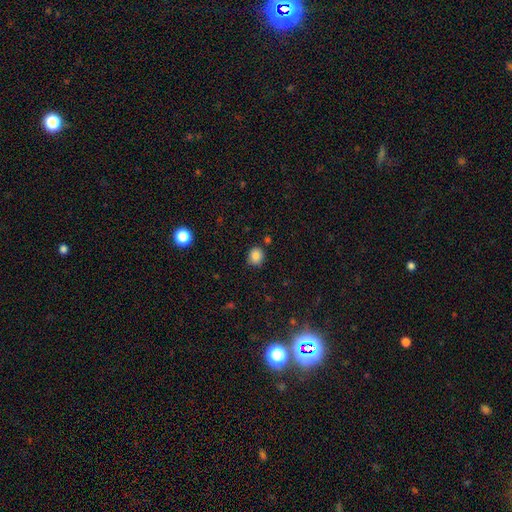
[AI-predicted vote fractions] Smooth or featured? Predicted: smooth (p=0.84). How rounded? Predicted: round (p=0.79). Merging? Predicted: none (p=0.80).